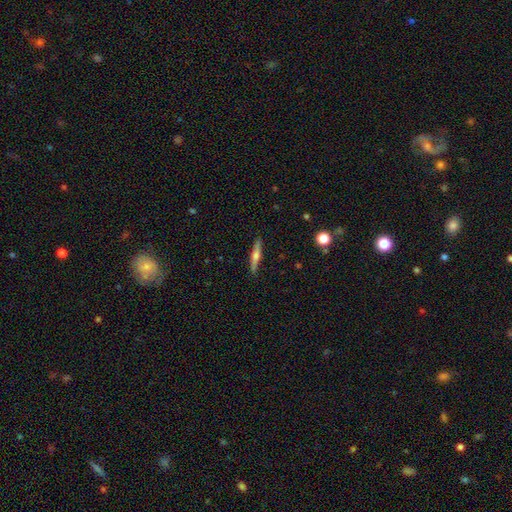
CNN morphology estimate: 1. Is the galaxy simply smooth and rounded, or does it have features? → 56% featured or disk, 38% smooth, 6% star or artifact.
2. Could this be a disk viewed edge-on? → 97% yes, 3% no.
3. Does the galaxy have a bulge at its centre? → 86% rounded, 7% none, 6% boxy.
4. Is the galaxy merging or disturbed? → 90% none, 7% minor disturbance, 2% major disturbance, 1% merger.